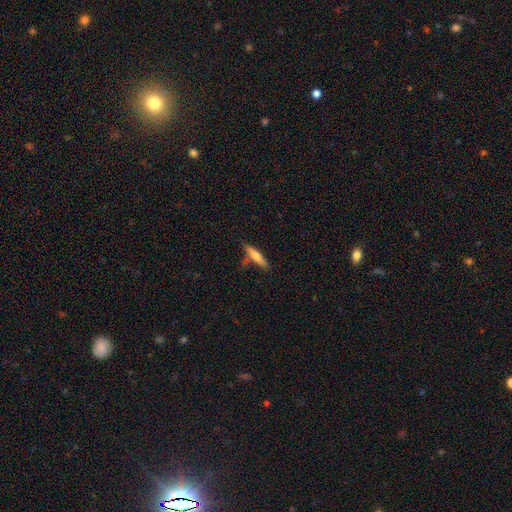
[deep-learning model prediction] smooth-or-featured: smooth: 61% | featured or disk: 32% | star or artifact: 6%
  how-rounded: cigar-shaped: 82% | in between: 16% | round: 2%
  merging: none: 68% | minor disturbance: 18% | merger: 9% | major disturbance: 5%